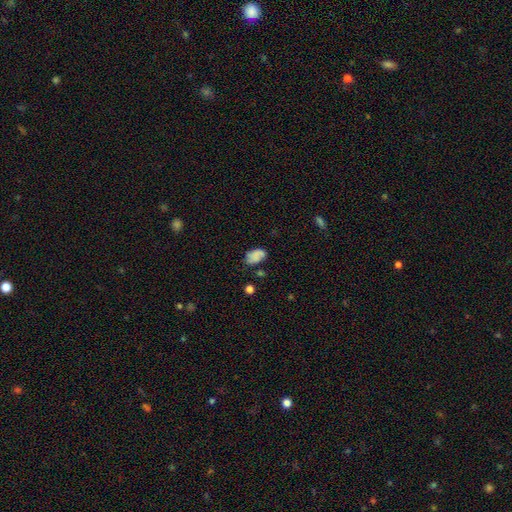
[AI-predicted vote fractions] Smooth or featured?
  - smooth: 71% *
  - featured or disk: 18%
  - star or artifact: 11%
How rounded?
  - in between: 88% *
  - round: 11%
  - cigar-shaped: 2%
Merging?
  - none: 54% *
  - minor disturbance: 29%
  - major disturbance: 11%
  - merger: 6%